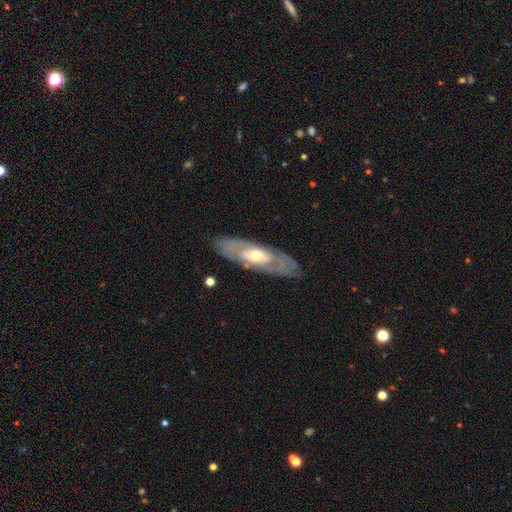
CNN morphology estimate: This appears to be a featured or disk galaxy (71%) with no bar (75%), no spiral arms (53%) and a moderate central bulge (59%). Merging: none (80%).